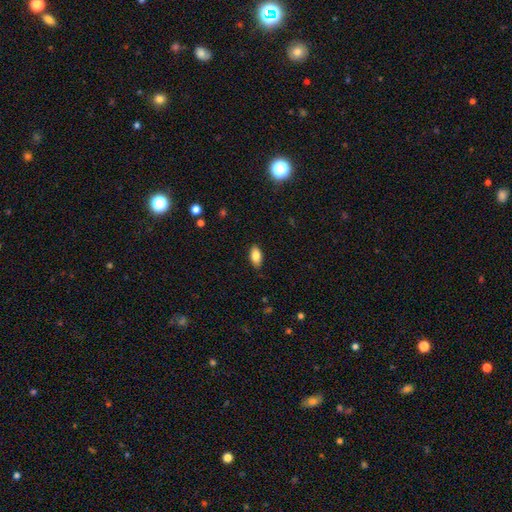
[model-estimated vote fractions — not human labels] Q: Smooth or featured?
A: smooth (85%); runner-up: featured or disk (8%)
Q: How rounded?
A: in between (91%); runner-up: cigar-shaped (5%)
Q: Merging?
A: none (86%); runner-up: minor disturbance (11%)